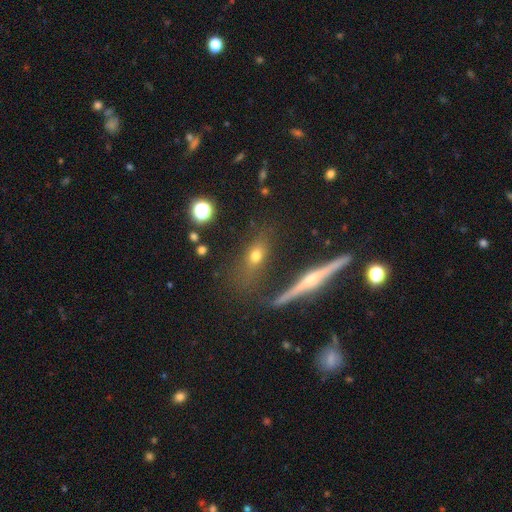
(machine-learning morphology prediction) A smooth galaxy with no disk features (59%) that is in between round and cigar-shaped (56%).

Vote fractions:
- Smooth or featured? smooth: 59% / featured or disk: 25% / star or artifact: 16%
- How rounded? in between: 56% / round: 25% / cigar-shaped: 19%
- Merging? none: 72% / minor disturbance: 13% / merger: 8% / major disturbance: 7%